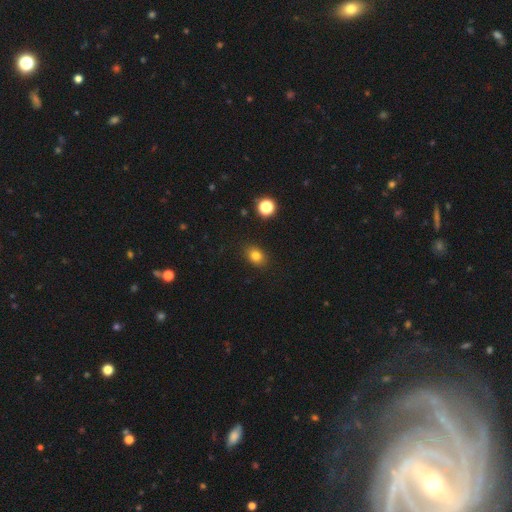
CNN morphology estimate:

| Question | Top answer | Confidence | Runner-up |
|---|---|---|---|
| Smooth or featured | smooth | 80% | star or artifact (13%) |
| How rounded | in between | 55% | round (44%) |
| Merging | none | 88% | minor disturbance (8%) |